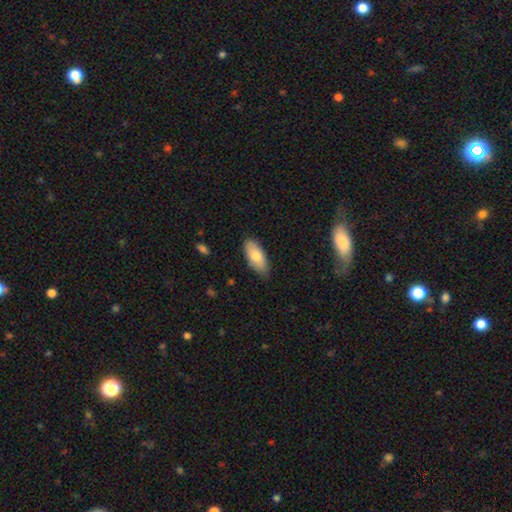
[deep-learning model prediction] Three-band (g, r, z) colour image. It shows a smooth galaxy with no disk features (78%) that is in between round and cigar-shaped (87%). Merging: none (78%).